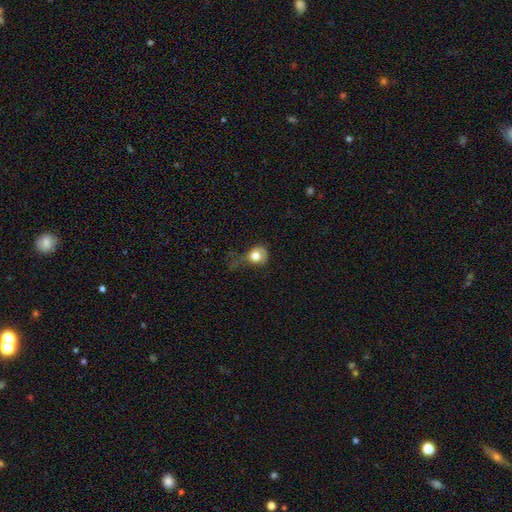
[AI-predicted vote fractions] Q: Smooth or featured?
A: smooth (73%); runner-up: featured or disk (17%)
Q: How rounded?
A: round (71%); runner-up: in between (28%)
Q: Merging?
A: major disturbance (42%); runner-up: minor disturbance (29%)